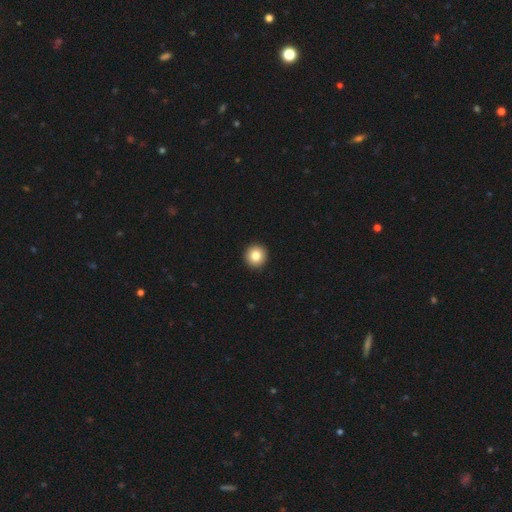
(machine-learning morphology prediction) Smooth or featured: smooth — 82% (star or artifact — 10%)
How rounded: round — 96% (in between — 3%)
Merging: none — 94% (minor disturbance — 3%)